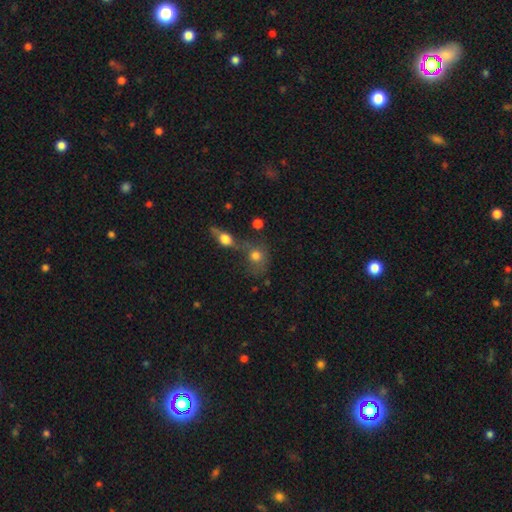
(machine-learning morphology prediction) smooth-or-featured: smooth: 73% | featured or disk: 15% | star or artifact: 12%
  how-rounded: round: 69% | in between: 29% | cigar-shaped: 2%
  merging: merger: 47% | none: 30% | major disturbance: 12% | minor disturbance: 11%